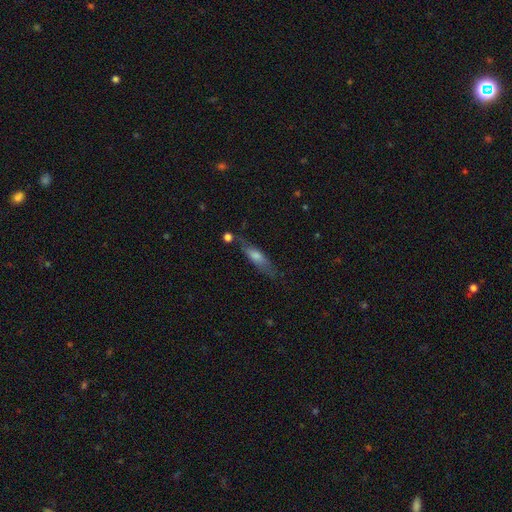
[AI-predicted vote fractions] A smooth galaxy with no disk features (48%). Merging: none (71%).